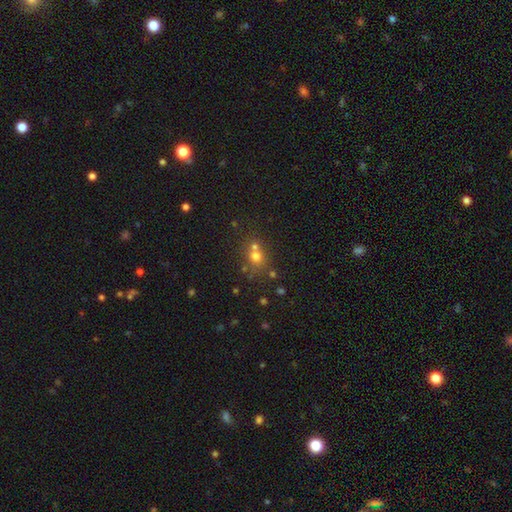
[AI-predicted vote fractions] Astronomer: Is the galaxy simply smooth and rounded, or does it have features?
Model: smooth — 66%.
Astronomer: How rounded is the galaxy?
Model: round — 79%.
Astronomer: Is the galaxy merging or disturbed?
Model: none — 49% (runner-up: merger, 39%).